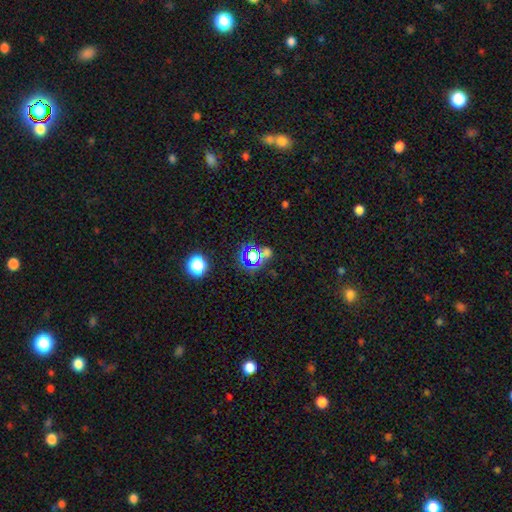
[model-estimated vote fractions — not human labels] Smooth or featured? Predicted: star or artifact (p=0.63).